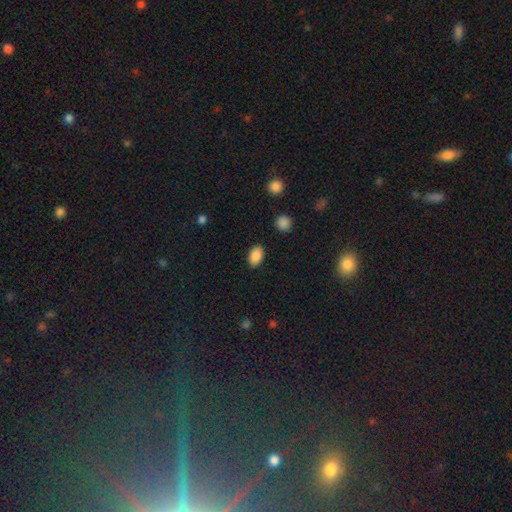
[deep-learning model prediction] Smooth or featured: smooth — 88% (star or artifact — 8%)
How rounded: in between — 89% (round — 10%)
Merging: none — 88% (minor disturbance — 8%)